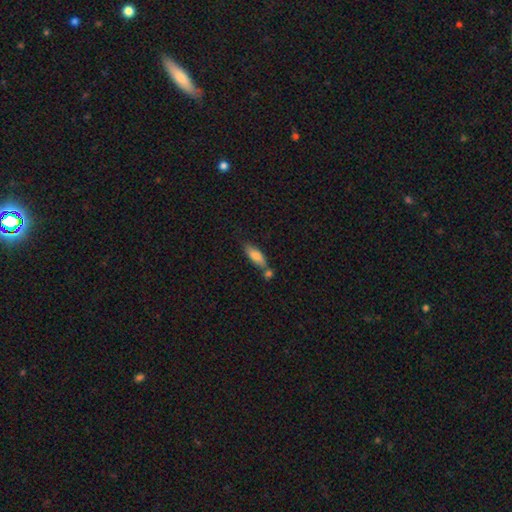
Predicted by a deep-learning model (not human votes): This is likely a smooth galaxy (78%). How rounded: likely in between (63%). Merging: possibly none (50%).